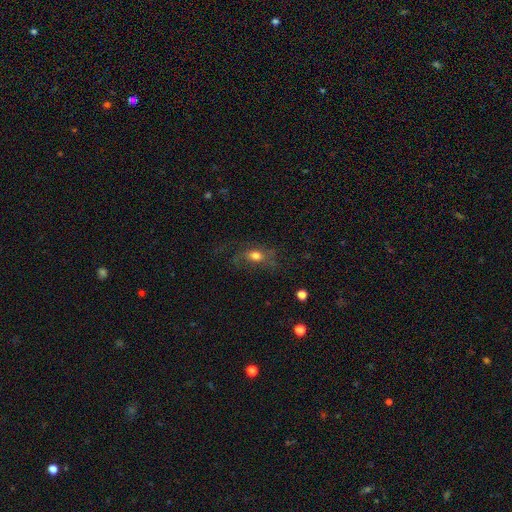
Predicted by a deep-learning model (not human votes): Morphology: type=smooth (57%); roundness=in between (70%); merging=none (48%).